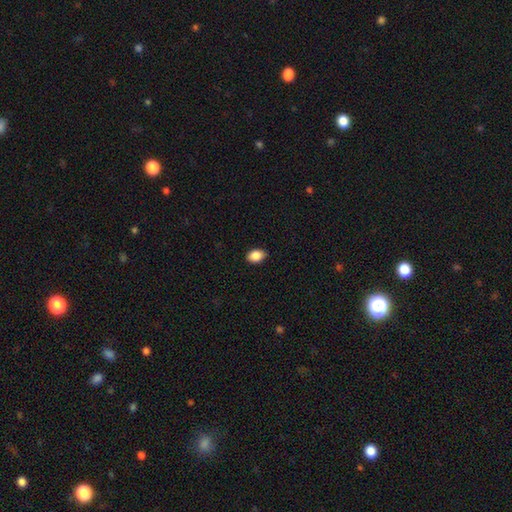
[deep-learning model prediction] This is clearly a smooth galaxy (88%). How rounded: clearly in between (82%). Merging: clearly none (86%).